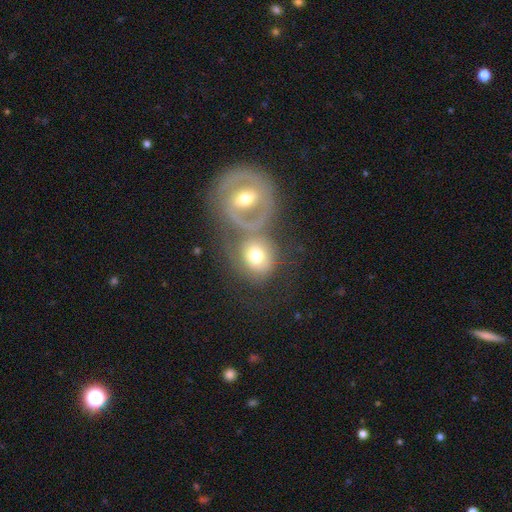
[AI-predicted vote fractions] Q: Smooth or featured?
A: smooth (55%); runner-up: featured or disk (38%)
Q: How rounded?
A: round (65%); runner-up: in between (33%)
Q: Merging?
A: merger (57%); runner-up: none (25%)